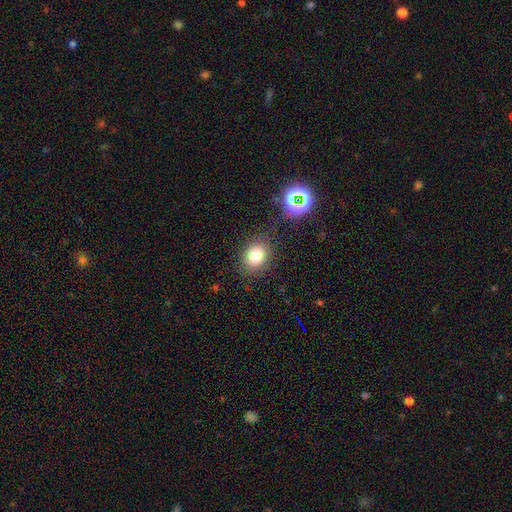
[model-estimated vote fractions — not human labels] smooth 77%, star or artifact 14%, featured or disk 9%. Down the decision tree: how rounded — round (54%); merging — none (82%).